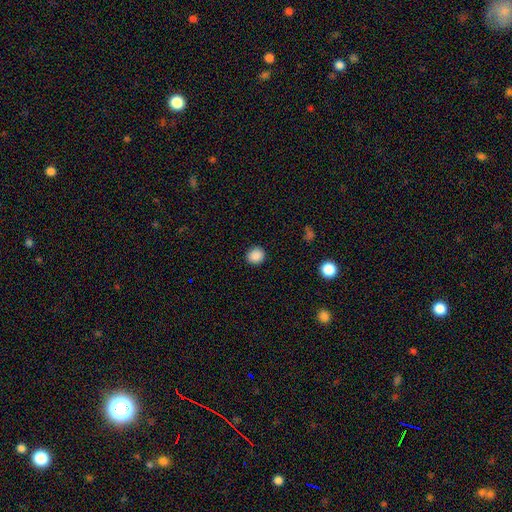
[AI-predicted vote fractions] This is clearly a smooth galaxy (88%). How rounded: clearly round (85%). Merging: clearly none (91%).